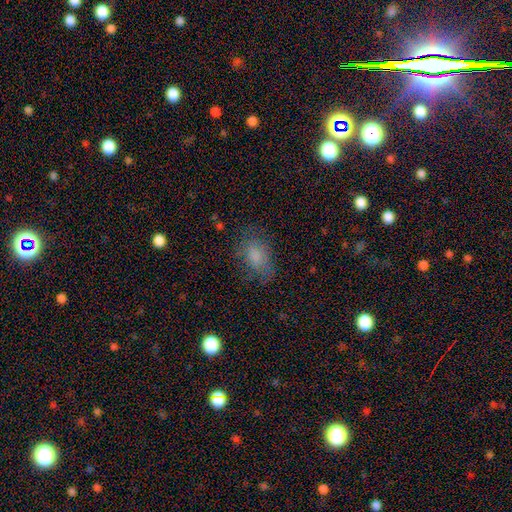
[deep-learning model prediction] smooth 75%, featured or disk 13%, star or artifact 11%. Down the decision tree: how rounded — in between (84%); merging — none (65%).